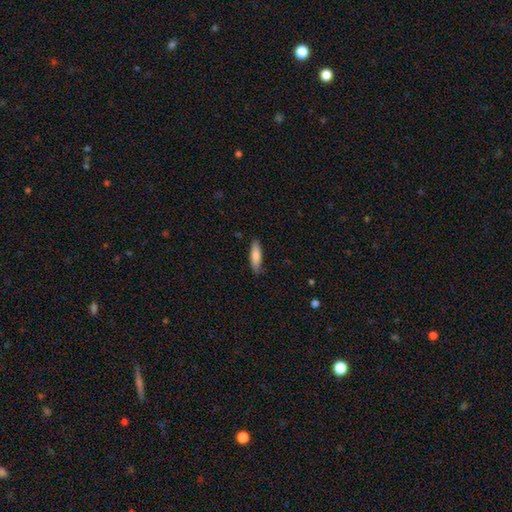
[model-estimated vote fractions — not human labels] A smooth galaxy with no disk features (83%) that is cigar-shaped (63%).

Vote fractions:
- Smooth or featured? smooth: 83% / featured or disk: 11% / star or artifact: 6%
- How rounded? cigar-shaped: 63% / in between: 36% / round: 1%
- Merging? none: 85% / minor disturbance: 11% / major disturbance: 2% / merger: 1%